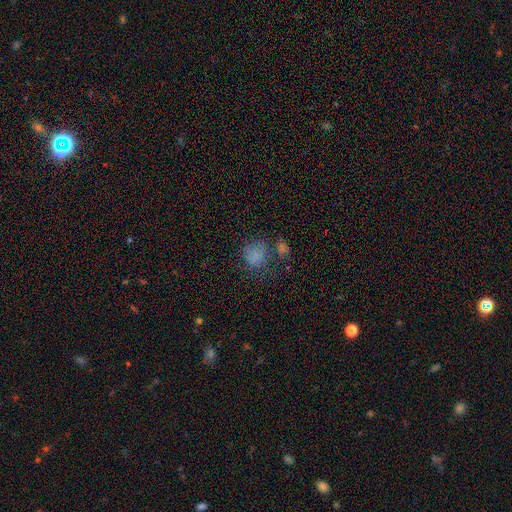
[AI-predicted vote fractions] Overall: smooth (71%). How rounded: round (69%; in between 30%). Merging: none (51%; minor disturbance 20%).